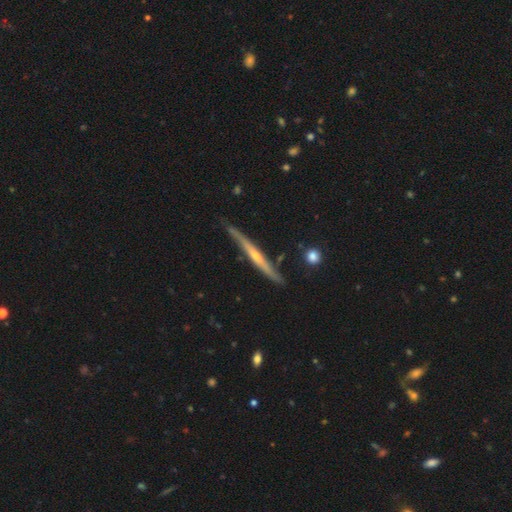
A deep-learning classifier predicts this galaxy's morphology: Overall: featured or disk (71%). Edge-on disk: yes (96%). Edge-on bulge: rounded (55%; none 40%). Merging: none (78%).